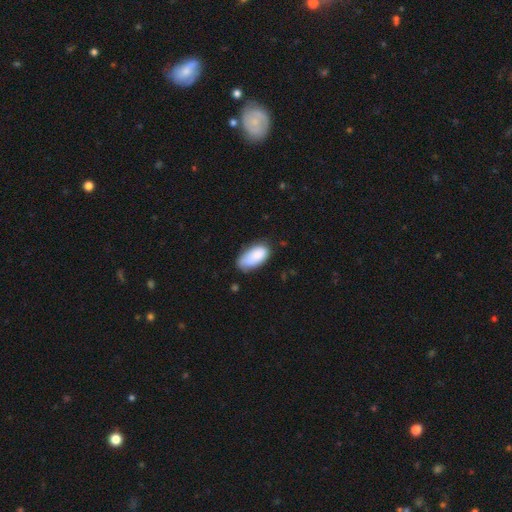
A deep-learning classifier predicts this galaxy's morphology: The model was most divided on "merging": none: 59%, minor disturbance: 31%, major disturbance: 7%, merger: 3%. More confident: how rounded — in between (94%); smooth or featured — smooth (86%).